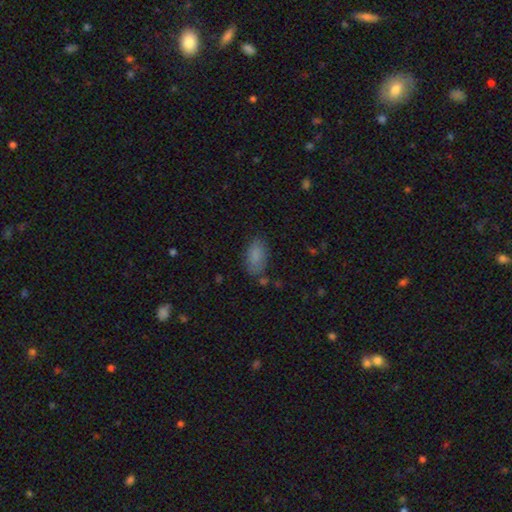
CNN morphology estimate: This appears to be a smooth galaxy with no disk features (84%) that is in between round and cigar-shaped (92%). Merging: none (74%).